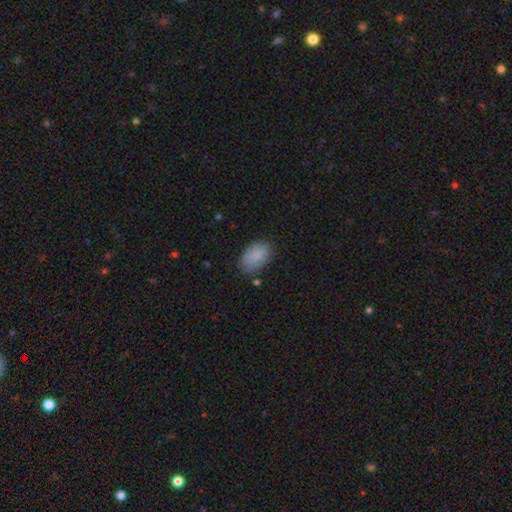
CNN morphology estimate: A smooth galaxy with no disk features (87%) that is in between round and cigar-shaped (93%). Merging: none (77%).